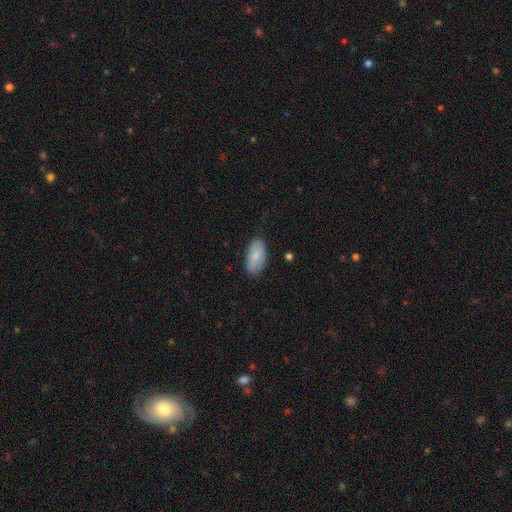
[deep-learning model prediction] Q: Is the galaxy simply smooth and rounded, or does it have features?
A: smooth — 78%.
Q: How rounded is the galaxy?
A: in between — 93%.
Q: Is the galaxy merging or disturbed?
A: none — 81%.